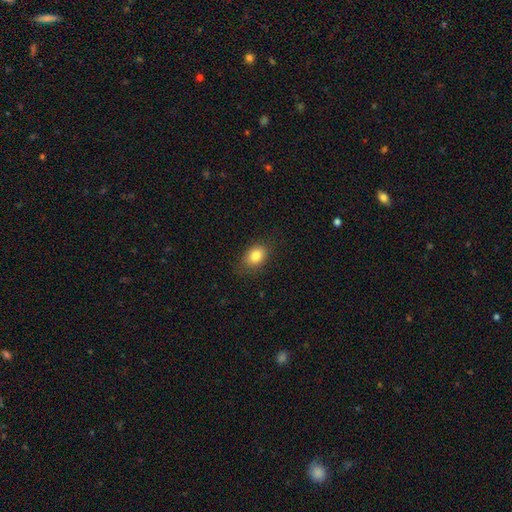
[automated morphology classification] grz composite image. It shows a smooth galaxy with no disk features (83%) that is in between round and cigar-shaped (70%). Merging: none (80%).